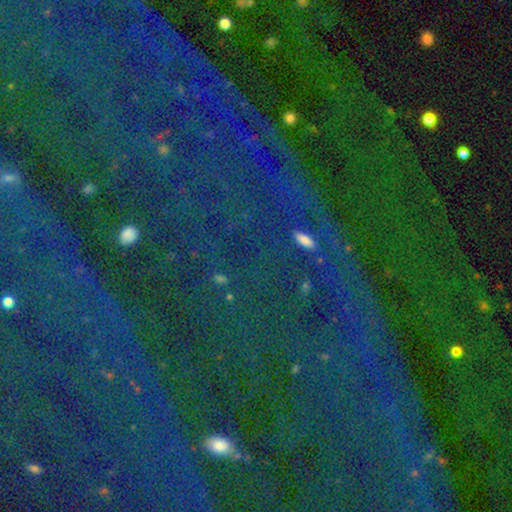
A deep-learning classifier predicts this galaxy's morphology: Overall: star or artifact (83%).